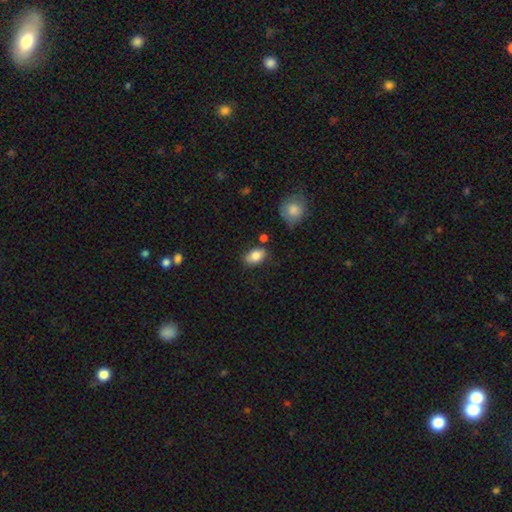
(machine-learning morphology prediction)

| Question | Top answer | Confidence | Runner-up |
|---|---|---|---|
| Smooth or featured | smooth | 83% | featured or disk (9%) |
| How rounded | in between | 88% | round (10%) |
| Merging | none | 71% | minor disturbance (19%) |